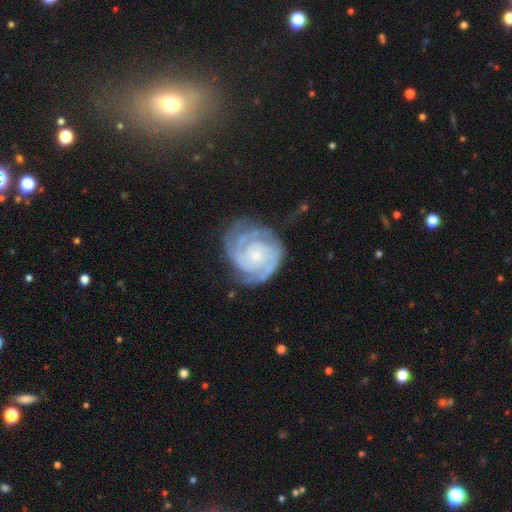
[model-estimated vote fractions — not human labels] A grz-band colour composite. It shows a featured or disk galaxy (89%) with no bar (77%), 2 (36%) tight (73%) spiral arms (98%) and a small central bulge (78%). Merging: none (67%).